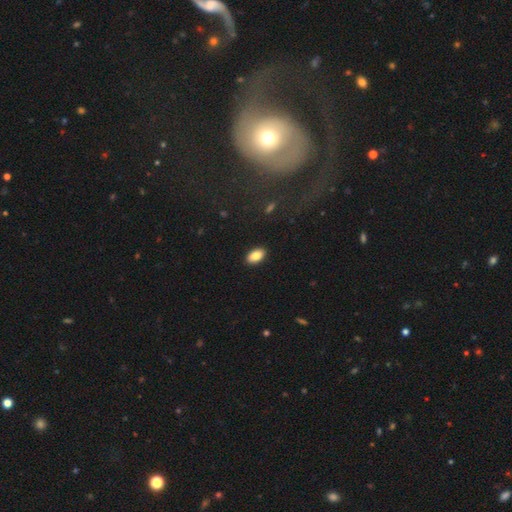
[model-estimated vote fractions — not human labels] Smooth or featured? smooth (86%)
How rounded? in between (93%)
Merging? none (90%)